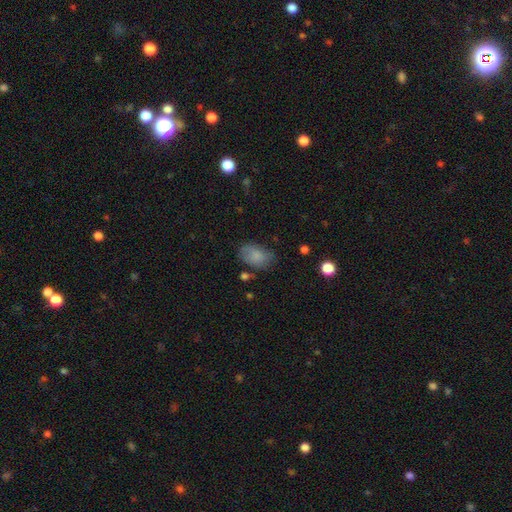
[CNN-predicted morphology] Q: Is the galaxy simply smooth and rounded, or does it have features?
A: smooth — 81%.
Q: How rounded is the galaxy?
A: in between — 87%.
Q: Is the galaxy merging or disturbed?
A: none — 65%.